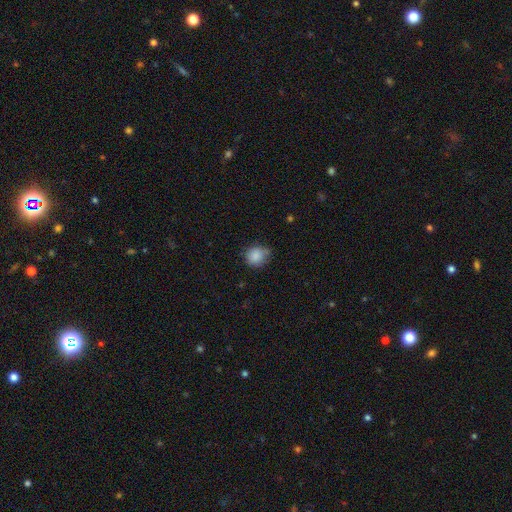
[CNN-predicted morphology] smooth-or-featured: smooth: 86% | star or artifact: 9% | featured or disk: 5%
  how-rounded: round: 74% | in between: 25% | cigar-shaped: 1%
  merging: none: 57% | minor disturbance: 35% | major disturbance: 7% | merger: 2%